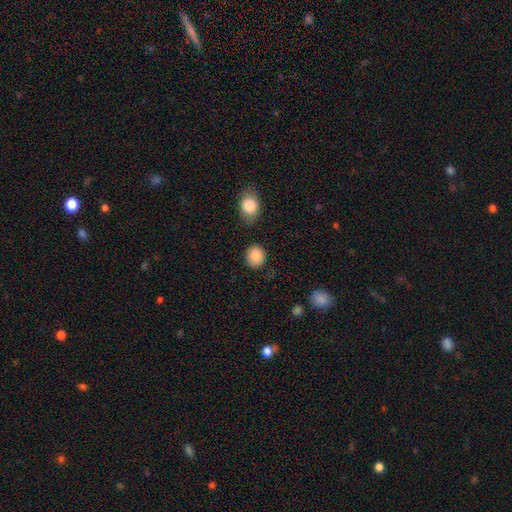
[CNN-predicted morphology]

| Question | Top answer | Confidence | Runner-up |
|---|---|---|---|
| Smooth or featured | smooth | 88% | star or artifact (8%) |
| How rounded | round | 75% | in between (24%) |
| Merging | none | 85% | minor disturbance (10%) |